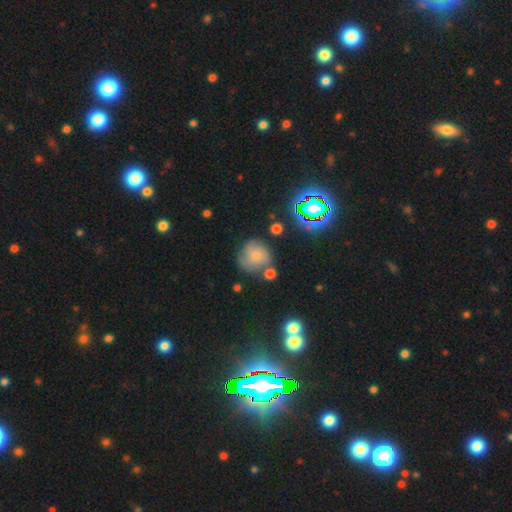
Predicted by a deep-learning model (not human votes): Q: Smooth or featured?
A: smooth (62%); runner-up: featured or disk (24%)
Q: How rounded?
A: round (88%); runner-up: in between (11%)
Q: Merging?
A: none (59%); runner-up: minor disturbance (21%)